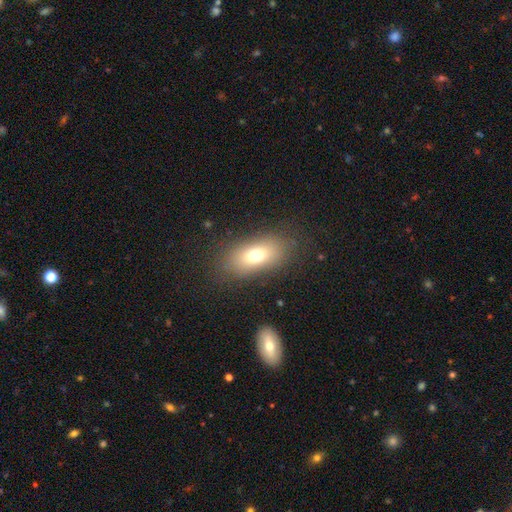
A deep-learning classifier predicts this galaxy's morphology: The model was most divided on "smooth or featured": smooth: 72%, featured or disk: 16%, star or artifact: 12%. More confident: how rounded — in between (84%); merging — none (82%).